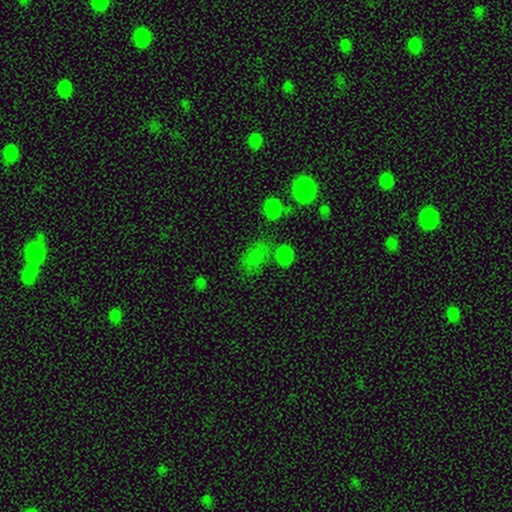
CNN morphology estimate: smooth_or_featured: smooth (p=0.66) [alt: star or artifact p=0.26]
how_rounded: in between (p=0.72) [alt: round p=0.24]
merging: none (p=0.50) [alt: minor disturbance p=0.19]